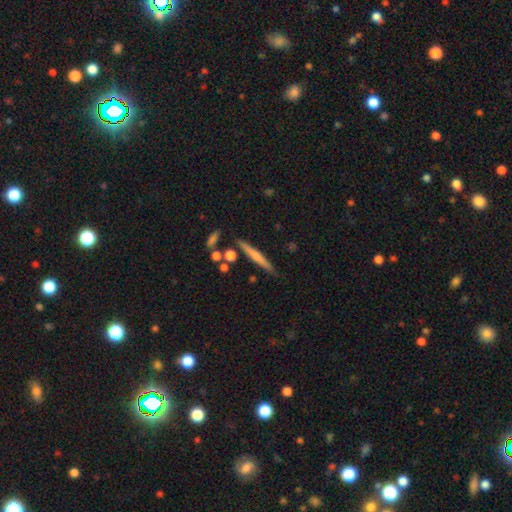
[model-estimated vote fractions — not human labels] Smooth or featured? smooth (52%)
How rounded? cigar-shaped (93%)
Merging? none (83%)